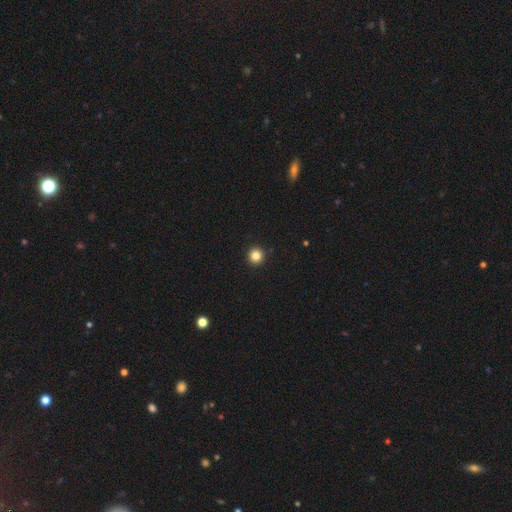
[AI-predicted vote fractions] smooth_or_featured: smooth (p=0.84) [alt: star or artifact p=0.11]
how_rounded: round (p=0.96) [alt: in between p=0.03]
merging: none (p=0.94) [alt: minor disturbance p=0.03]